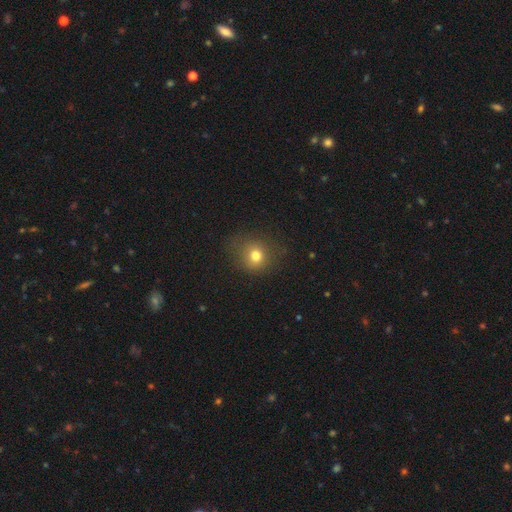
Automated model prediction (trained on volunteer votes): Overall: smooth (76%). How rounded: round (81%). Merging: none (78%).